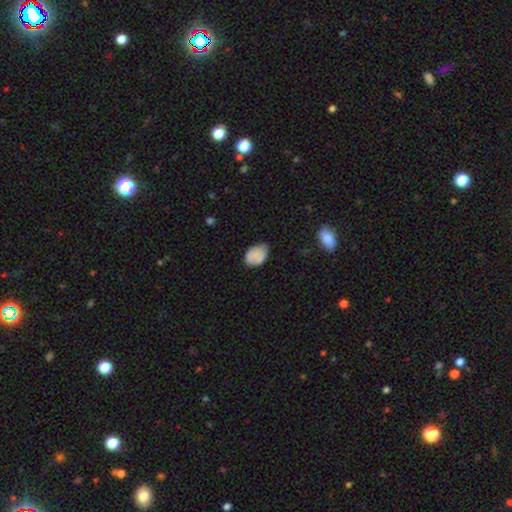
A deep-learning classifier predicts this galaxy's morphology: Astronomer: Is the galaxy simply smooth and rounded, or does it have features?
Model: smooth — 77%.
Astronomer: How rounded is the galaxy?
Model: in between — 83%.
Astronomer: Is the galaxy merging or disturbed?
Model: none — 57% (runner-up: minor disturbance, 33%).